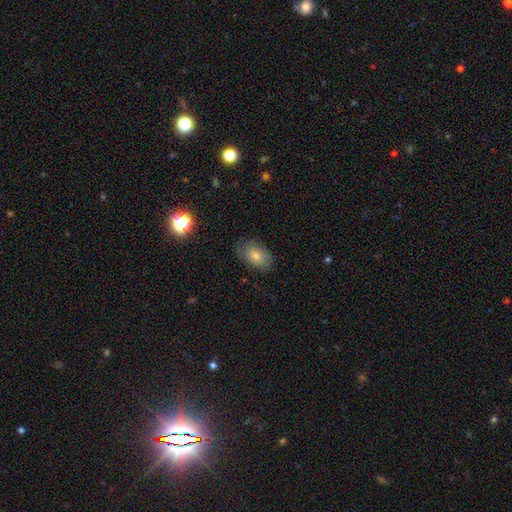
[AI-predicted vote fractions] A smooth galaxy with no disk features (68%) that is in between round and cigar-shaped (88%).

Vote fractions:
- Smooth or featured? smooth: 68% / featured or disk: 19% / star or artifact: 13%
- How rounded? in between: 88% / round: 10% / cigar-shaped: 2%
- Merging? none: 79% / minor disturbance: 16% / major disturbance: 4% / merger: 1%